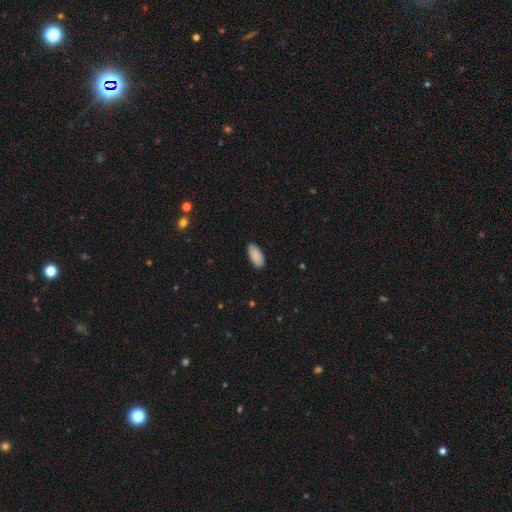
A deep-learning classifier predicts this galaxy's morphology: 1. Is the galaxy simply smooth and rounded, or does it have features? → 90% smooth, 6% star or artifact, 4% featured or disk.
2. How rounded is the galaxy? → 92% in between, 6% cigar-shaped, 2% round.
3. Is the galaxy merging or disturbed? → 83% none, 14% minor disturbance, 2% major disturbance, 1% merger.